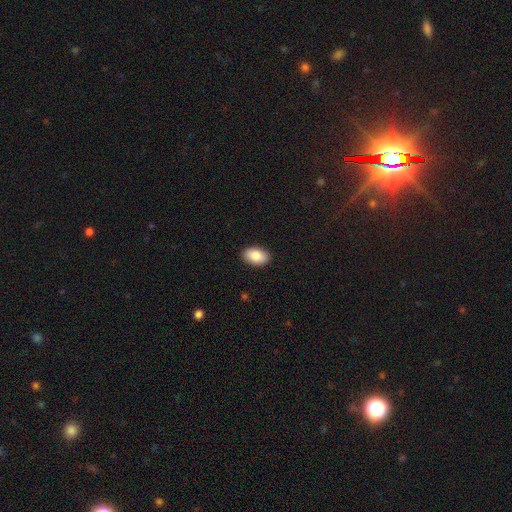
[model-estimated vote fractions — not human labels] smooth-or-featured: smooth: 87% | star or artifact: 6% | featured or disk: 6%
  how-rounded: in between: 93% | round: 5% | cigar-shaped: 1%
  merging: none: 90% | minor disturbance: 7% | major disturbance: 2% | merger: 1%